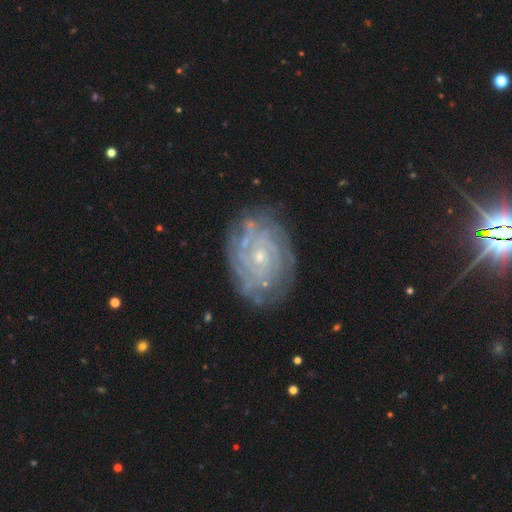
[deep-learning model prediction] This is likely a featured or disk galaxy (73%). It is clearly not viewed edge-on (96%). Bar: likely no (75%). Spiral arm pattern: clearly yes (90%). Spiral arm count: possibly can't tell (48%). Spiral winding: likely tight (78%). Central bulge: likely small (78%). Merging: clearly none (82%).